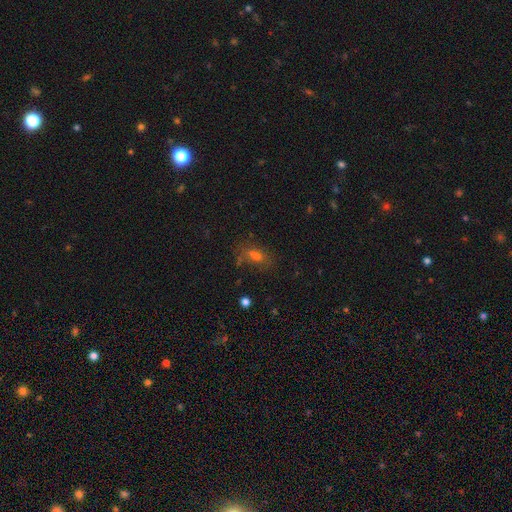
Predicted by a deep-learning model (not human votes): Smooth or featured?
  - smooth: 63% *
  - star or artifact: 20%
  - featured or disk: 18%
How rounded?
  - in between: 77% *
  - round: 13%
  - cigar-shaped: 10%
Merging?
  - none: 64% *
  - minor disturbance: 20%
  - major disturbance: 10%
  - merger: 6%